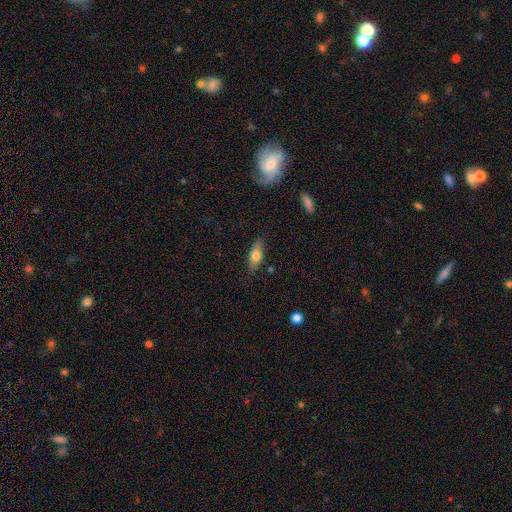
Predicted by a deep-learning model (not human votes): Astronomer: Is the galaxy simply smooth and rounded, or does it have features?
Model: smooth — 63%.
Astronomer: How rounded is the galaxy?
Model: in between — 61%.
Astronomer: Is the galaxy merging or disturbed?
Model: none — 83%.